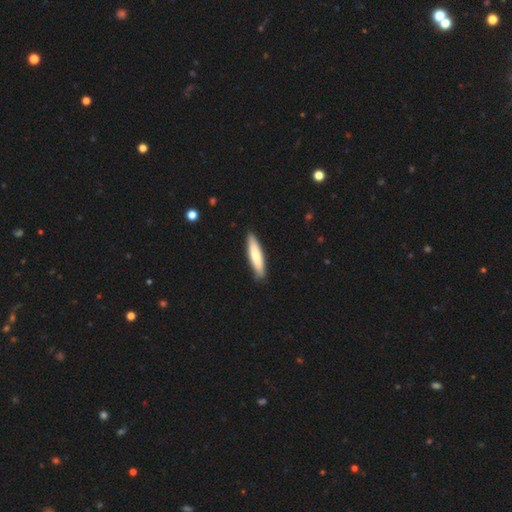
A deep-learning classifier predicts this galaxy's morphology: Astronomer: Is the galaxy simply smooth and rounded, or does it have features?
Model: smooth — 73%.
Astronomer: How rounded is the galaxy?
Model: cigar-shaped — 83%.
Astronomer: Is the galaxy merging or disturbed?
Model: none — 89%.